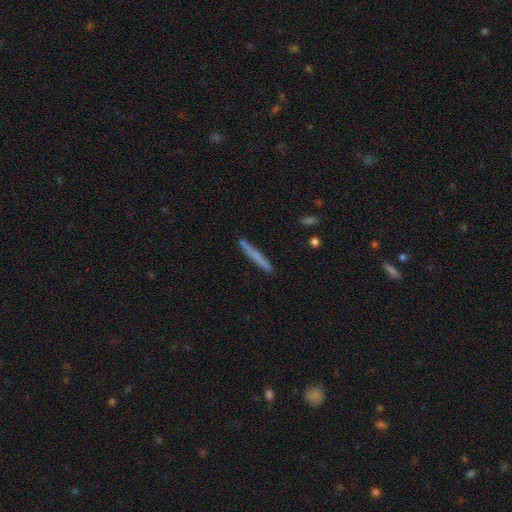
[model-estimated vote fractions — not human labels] A smooth galaxy with no disk features (68%) that is cigar-shaped (97%). Merging: none (90%).